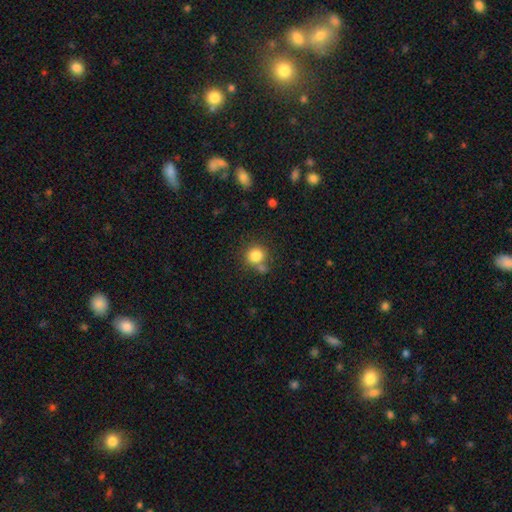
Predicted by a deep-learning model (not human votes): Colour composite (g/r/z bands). It shows a smooth galaxy with no disk features (83%) that is round (88%). Merging: none (64%).